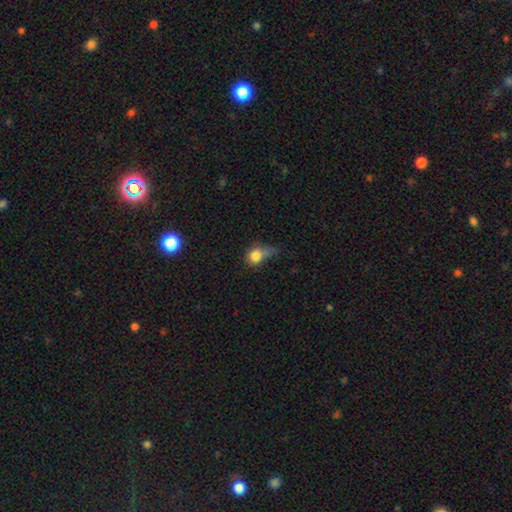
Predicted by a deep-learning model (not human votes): Smooth or featured? Predicted: smooth (p=0.78). How rounded? Predicted: round (p=0.59). Merging? Predicted: minor disturbance (p=0.34).